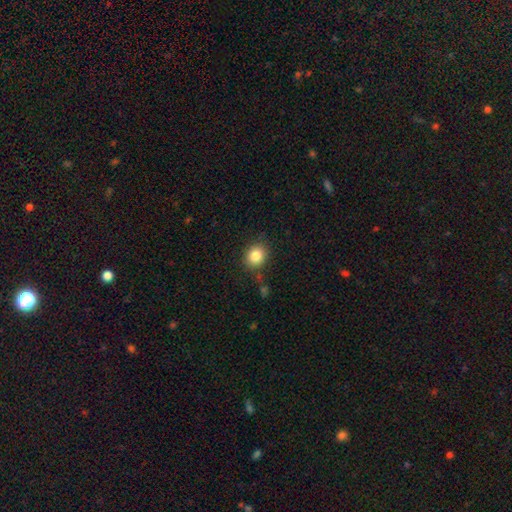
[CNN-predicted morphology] A smooth galaxy with no disk features (84%) that is round (70%). Merging: none (84%).